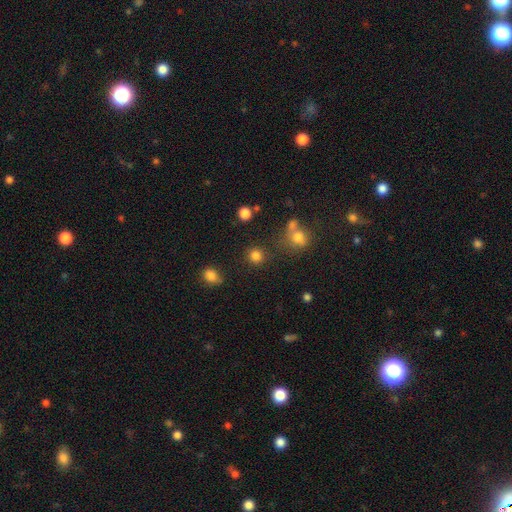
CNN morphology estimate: A smooth galaxy with no disk features (82%) that is round (90%). Merging: none (82%).